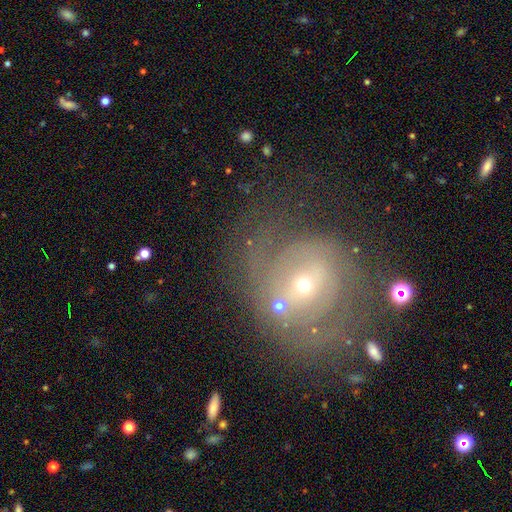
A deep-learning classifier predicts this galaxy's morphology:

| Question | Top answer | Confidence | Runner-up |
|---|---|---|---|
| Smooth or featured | featured or disk | 66% | smooth (20%) |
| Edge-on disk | no | 96% | yes (4%) |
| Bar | no | 55% | weak (34%) |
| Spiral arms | yes | 69% | no (31%) |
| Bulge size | small | 67% | moderate (29%) |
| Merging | none | 49% | major disturbance (22%) |